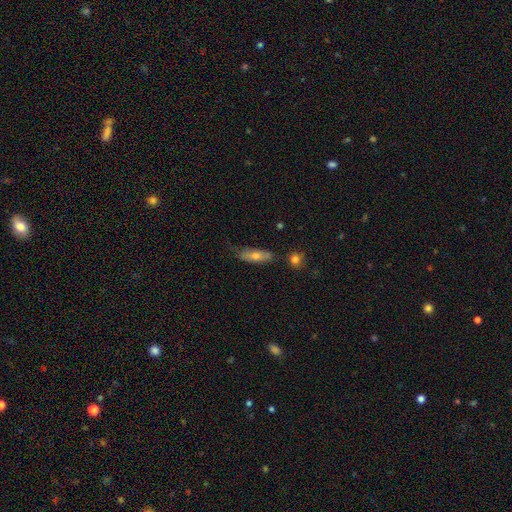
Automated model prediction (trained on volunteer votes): This is possibly a smooth galaxy (60%). How rounded: possibly cigar-shaped (54%). Merging: likely none (69%).